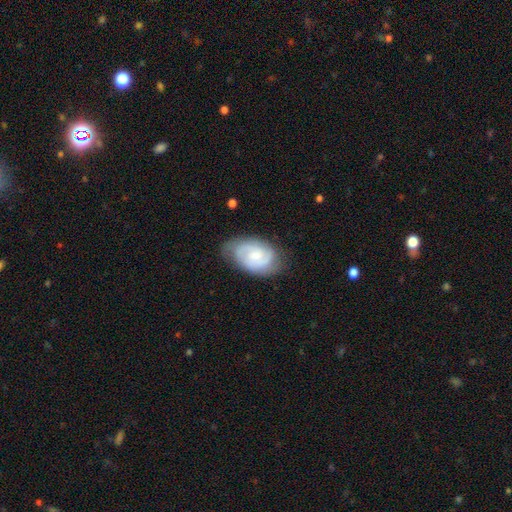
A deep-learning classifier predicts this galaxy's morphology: This appears to be a featured or disk galaxy (76%) with no bar (62%), 2 (65%) tight (49%) spiral arms (95%) and a small central bulge (60%). Merging: none (75%).